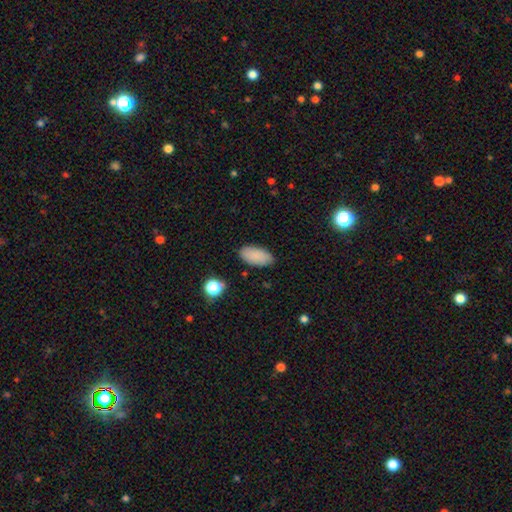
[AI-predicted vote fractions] This appears to be a smooth galaxy with no disk features (87%) that is in between round and cigar-shaped (92%). Merging: none (84%).